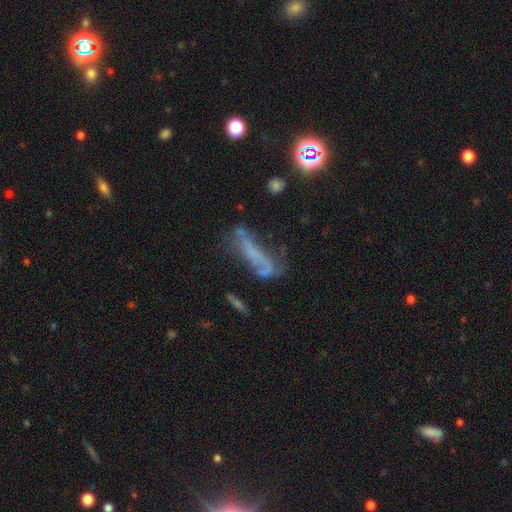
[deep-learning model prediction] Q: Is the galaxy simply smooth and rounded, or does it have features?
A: featured or disk — 44%.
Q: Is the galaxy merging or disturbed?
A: none — 35%.